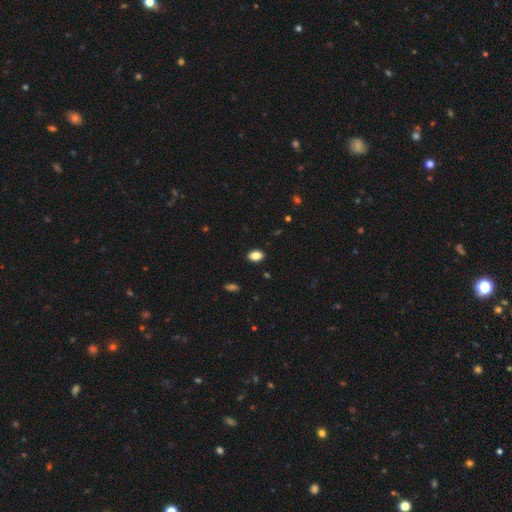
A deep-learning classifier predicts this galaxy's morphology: Smooth or featured? Predicted: smooth (p=0.86). How rounded? Predicted: in between (p=0.84). Merging? Predicted: none (p=0.89).